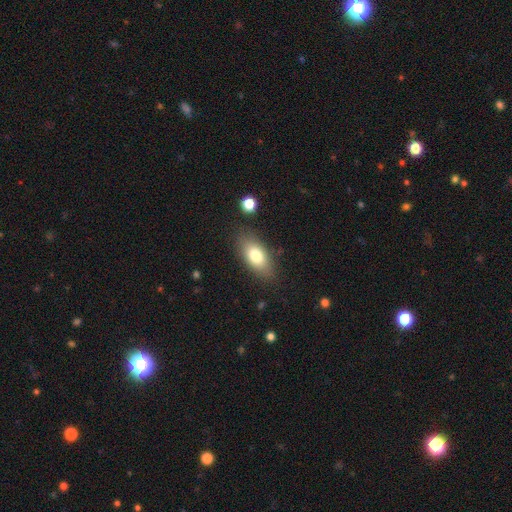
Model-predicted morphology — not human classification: Overall: smooth (77%). How rounded: in between (86%). Merging: none (82%).